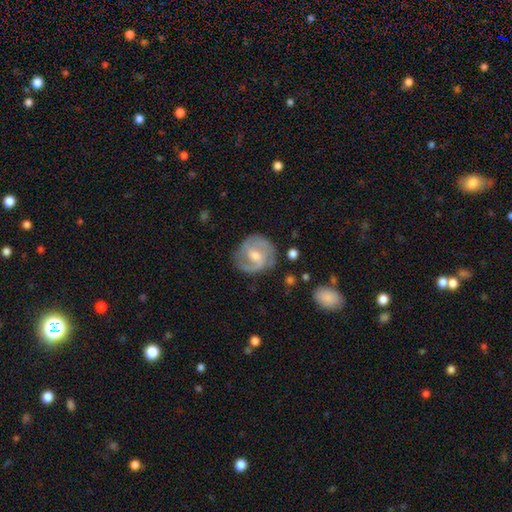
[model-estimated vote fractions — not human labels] Morphology: type=featured or disk (78%); edge-on=no (97%); bar=weak (52%); spiral arms=yes (91%); winding=medium (46%); arm count=2 (75%); bulge=moderate (62%); merging=none (75%).